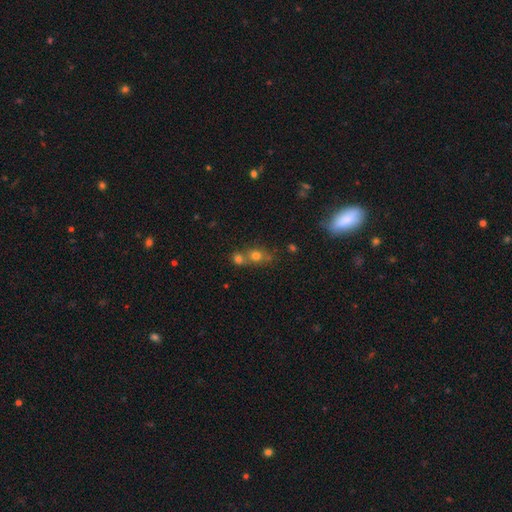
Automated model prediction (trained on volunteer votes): This is likely a smooth galaxy (61%). How rounded: likely round (62%). Merging: possibly none (46%).